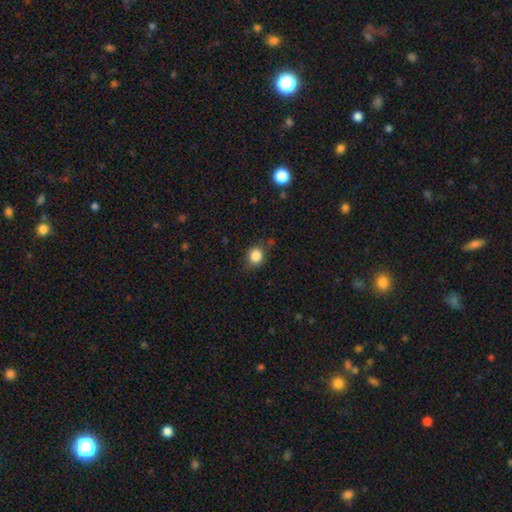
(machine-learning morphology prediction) A smooth galaxy with no disk features (85%) that is round (72%).

Vote fractions:
- Smooth or featured? smooth: 85% / star or artifact: 11% / featured or disk: 5%
- How rounded? round: 72% / in between: 27% / cigar-shaped: 1%
- Merging? none: 78% / minor disturbance: 16% / major disturbance: 4% / merger: 2%